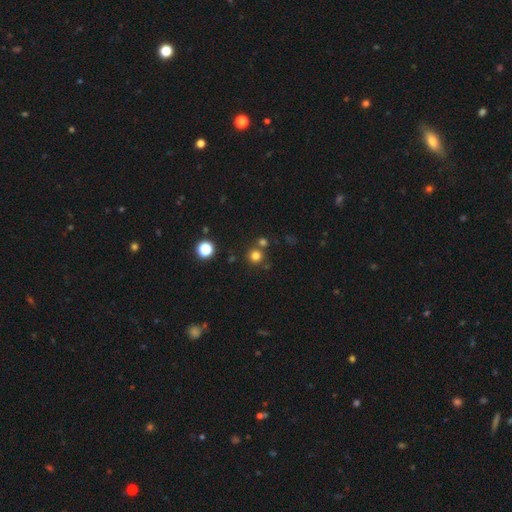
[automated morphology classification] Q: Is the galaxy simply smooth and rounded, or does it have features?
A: smooth — 76%.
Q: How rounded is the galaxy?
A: round — 94%.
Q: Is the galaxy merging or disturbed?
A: none — 77%.